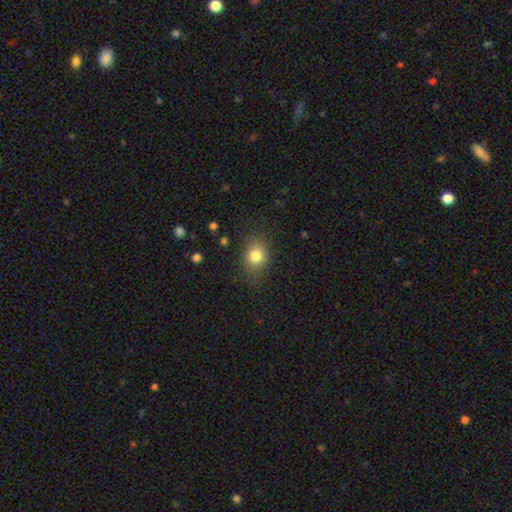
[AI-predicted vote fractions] This is clearly a smooth galaxy (81%). How rounded: possibly round (55%). Merging: likely none (77%).